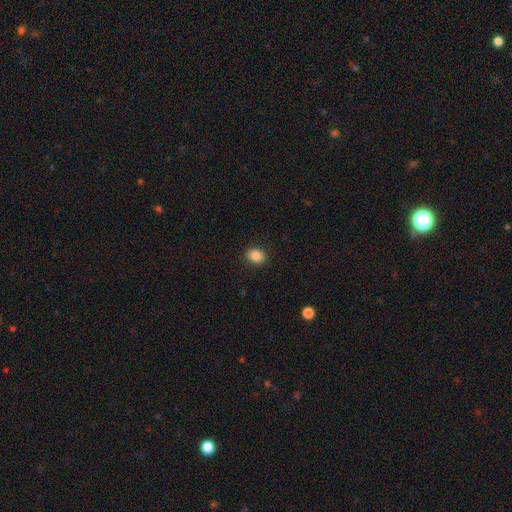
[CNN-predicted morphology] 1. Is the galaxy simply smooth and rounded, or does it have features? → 86% smooth, 10% star or artifact, 5% featured or disk.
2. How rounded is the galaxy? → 55% round, 44% in between, 1% cigar-shaped.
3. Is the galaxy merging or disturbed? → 90% none, 7% minor disturbance, 2% major disturbance, 1% merger.